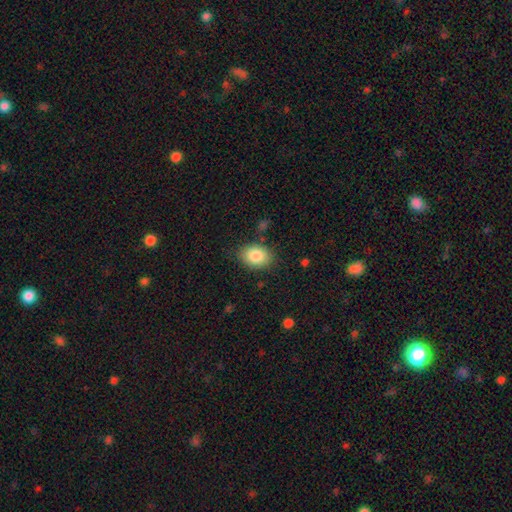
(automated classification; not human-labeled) Smooth or featured? smooth (85%)
How rounded? in between (75%)
Merging? none (83%)